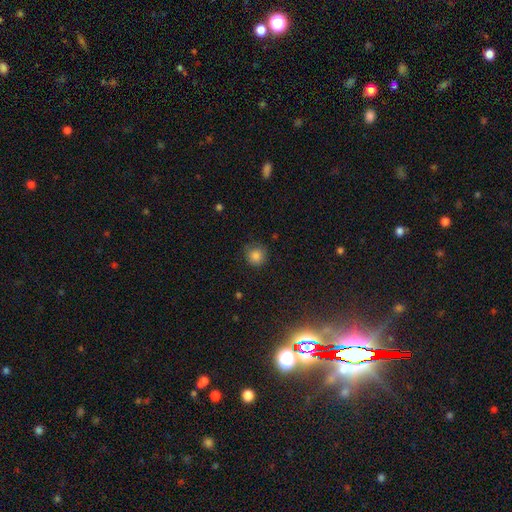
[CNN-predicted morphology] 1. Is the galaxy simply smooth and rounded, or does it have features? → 84% smooth, 11% star or artifact, 5% featured or disk.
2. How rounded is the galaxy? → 91% round, 8% in between, 1% cigar-shaped.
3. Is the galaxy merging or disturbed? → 78% none, 17% minor disturbance, 4% major disturbance, 1% merger.